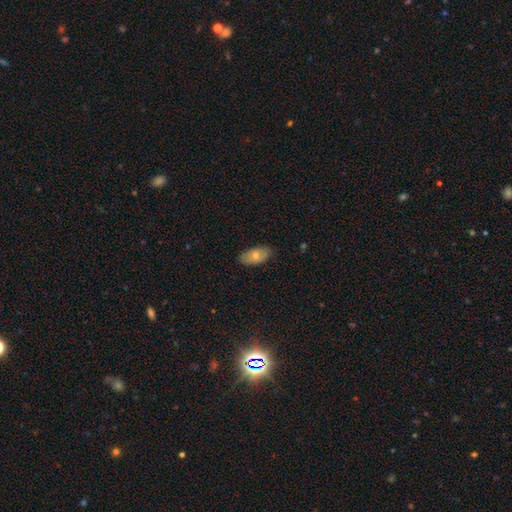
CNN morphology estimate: smooth-or-featured: smooth: 72% | featured or disk: 21% | star or artifact: 7%
  how-rounded: in between: 93% | cigar-shaped: 4% | round: 3%
  merging: none: 80% | minor disturbance: 17% | major disturbance: 3% | merger: 1%